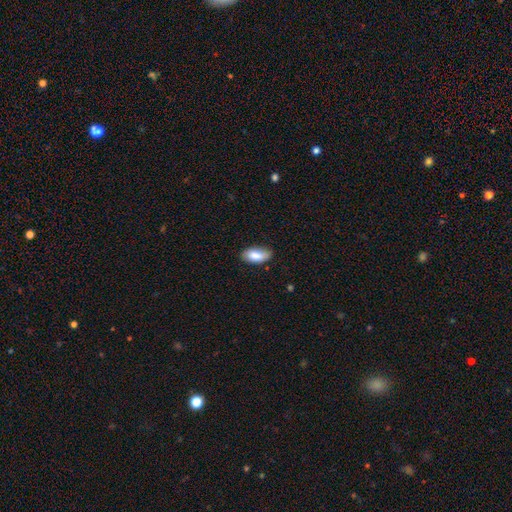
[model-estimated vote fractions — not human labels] Overall: smooth (83%). How rounded: in between (93%). Merging: none (75%).